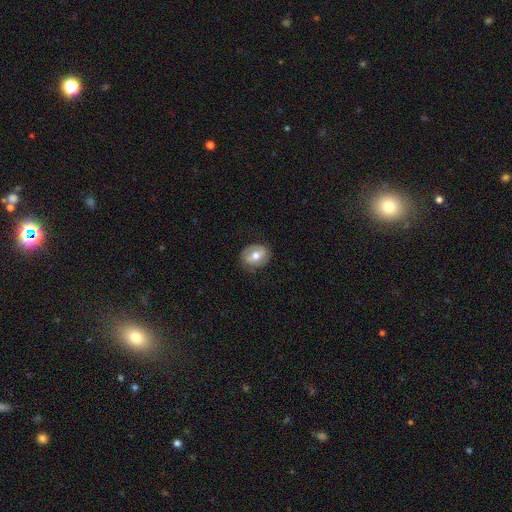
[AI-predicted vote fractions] Smooth or featured?
  - smooth: 53% *
  - featured or disk: 39%
  - star or artifact: 8%
How rounded?
  - round: 51% *
  - in between: 48%
  - cigar-shaped: 1%
Merging?
  - none: 78% *
  - minor disturbance: 16%
  - major disturbance: 5%
  - merger: 1%